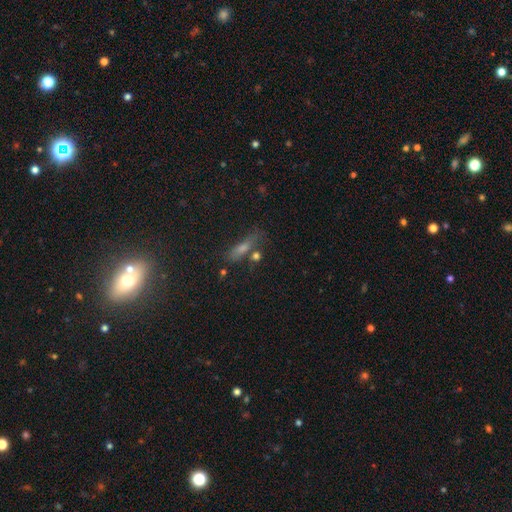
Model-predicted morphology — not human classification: Smooth or featured? Predicted: smooth (p=0.66). How rounded? Predicted: cigar-shaped (p=0.43). Merging? Predicted: none (p=0.59).